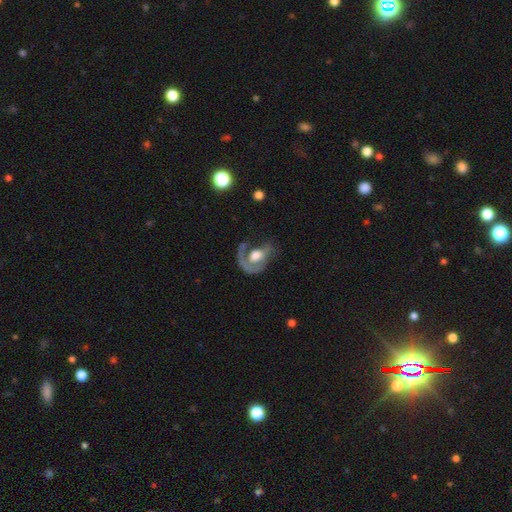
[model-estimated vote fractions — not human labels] smooth-or-featured: featured or disk: 68% | smooth: 26% | star or artifact: 6%
  disk-edge-on: no: 97% | yes: 3%
    bar: no: 75% | weak: 20% | strong: 6%
    has-spiral-arms: yes: 71% | no: 29%
    bulge-size: large: 43% | moderate: 40% | small: 7% | dominant: 5% | none: 5%
  merging: major disturbance: 43% | none: 33% | minor disturbance: 18% | merger: 5%